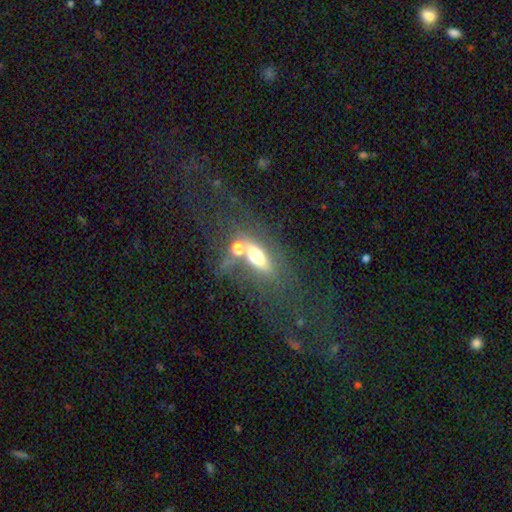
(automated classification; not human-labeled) This appears to be a smooth galaxy with no disk features (51%) that is in between round and cigar-shaped (61%). Merging: none (46%).